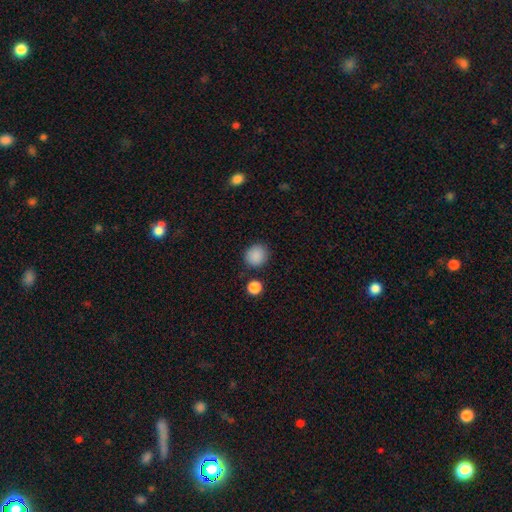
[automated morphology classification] Q: Smooth or featured?
A: smooth (88%); runner-up: star or artifact (9%)
Q: How rounded?
A: round (84%); runner-up: in between (15%)
Q: Merging?
A: none (85%); runner-up: minor disturbance (9%)